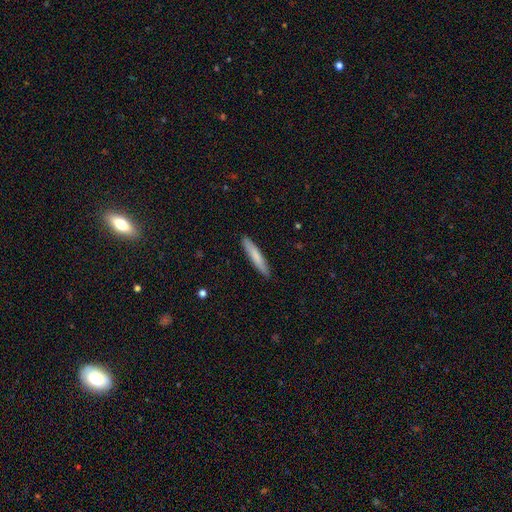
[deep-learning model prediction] This appears to be a smooth galaxy with no disk features (76%) that is cigar-shaped (92%). Merging: none (90%).